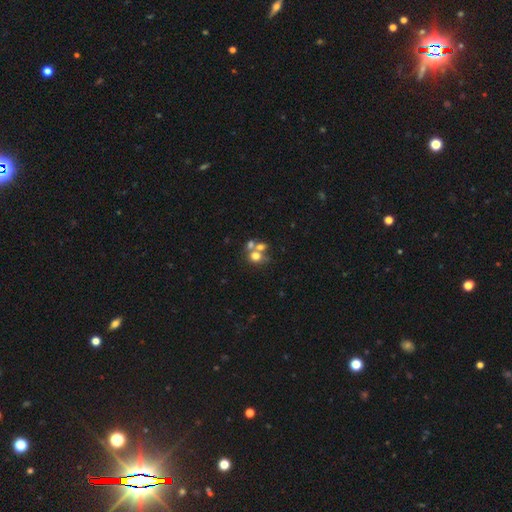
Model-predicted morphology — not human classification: smooth_or_featured: smooth (p=0.63) [alt: featured or disk p=0.22]
how_rounded: round (p=0.73) [alt: in between p=0.26]
merging: merger (p=0.52) [alt: none p=0.35]